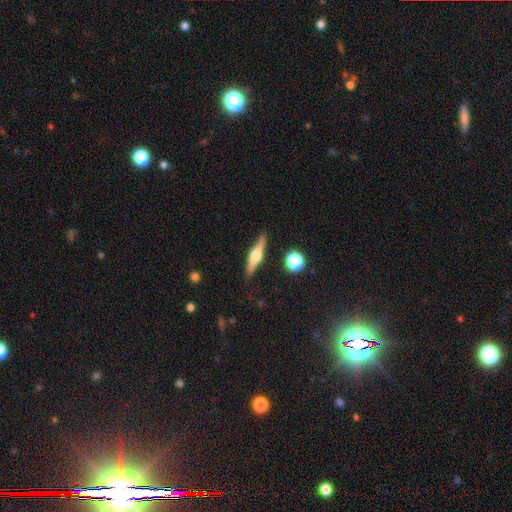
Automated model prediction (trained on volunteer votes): Overall: featured or disk (65%; smooth 28%). Edge-on disk: yes (97%). Edge-on bulge: rounded (92%). Merging: none (88%).